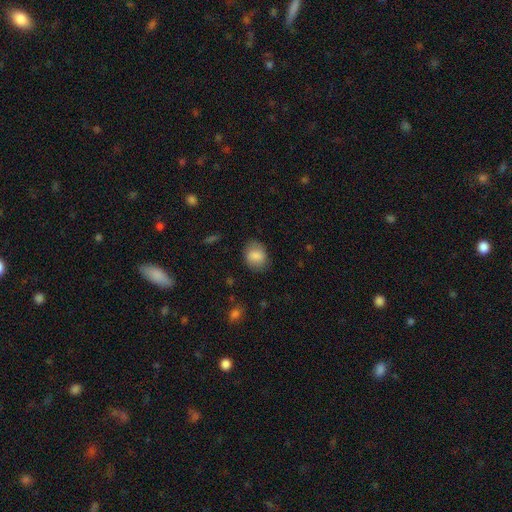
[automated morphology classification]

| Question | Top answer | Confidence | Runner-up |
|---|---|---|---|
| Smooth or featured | smooth | 83% | featured or disk (10%) |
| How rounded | round | 51% | in between (48%) |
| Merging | none | 79% | minor disturbance (15%) |